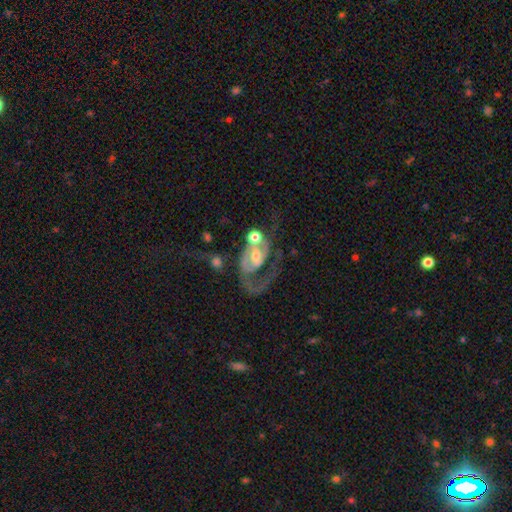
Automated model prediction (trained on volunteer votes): This appears to be a featured or disk galaxy (75%) with no bar (58%), 2 (50%) loose (41%) spiral arms (78%) and a moderate central bulge (56%). Merging: major disturbance (34%).